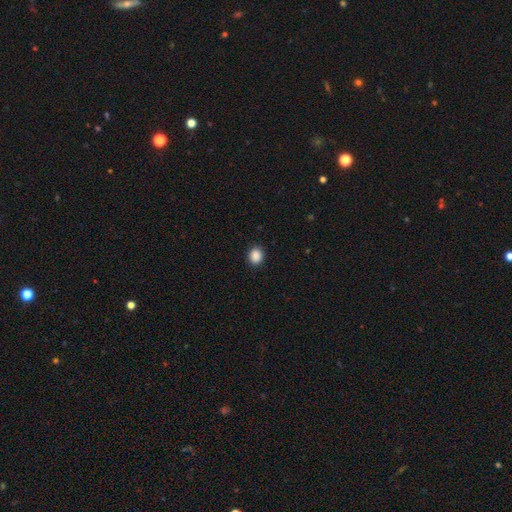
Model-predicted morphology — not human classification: A smooth galaxy with no disk features (89%) that is round (71%).

Vote fractions:
- Smooth or featured? smooth: 89% / star or artifact: 9% / featured or disk: 2%
- How rounded? round: 71% / in between: 28% / cigar-shaped: 1%
- Merging? none: 91% / minor disturbance: 6% / major disturbance: 2% / merger: 1%